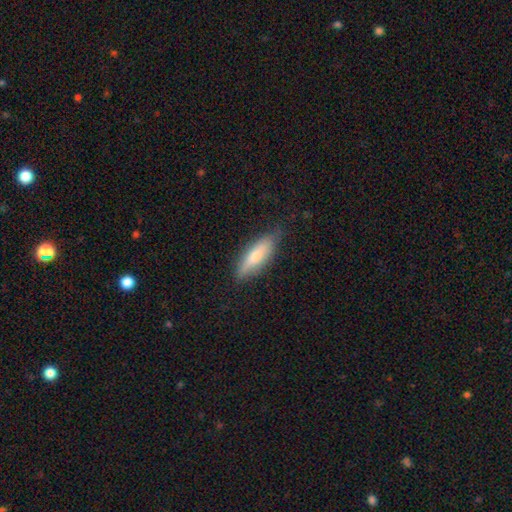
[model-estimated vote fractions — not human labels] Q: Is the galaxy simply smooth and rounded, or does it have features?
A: smooth — 70%.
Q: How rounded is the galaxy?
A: cigar-shaped — 50%.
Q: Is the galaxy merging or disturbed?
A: none — 75%.